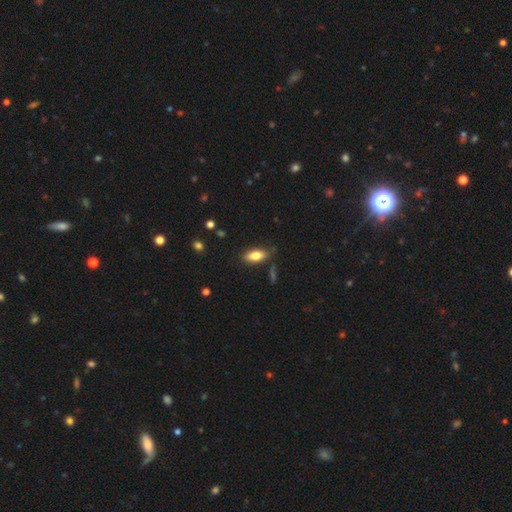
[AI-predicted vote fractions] smooth_or_featured: smooth (p=0.79) [alt: featured or disk p=0.13]
how_rounded: in between (p=0.85) [alt: cigar-shaped p=0.12]
merging: none (p=0.78) [alt: minor disturbance p=0.15]